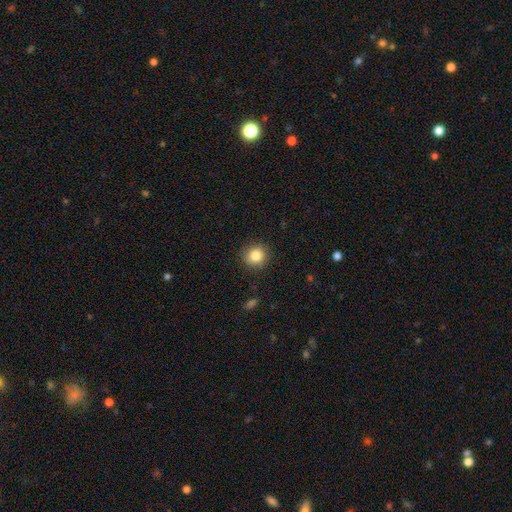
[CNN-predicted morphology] Smooth or featured?
  - smooth: 84% *
  - star or artifact: 10%
  - featured or disk: 6%
How rounded?
  - round: 90% *
  - in between: 9%
  - cigar-shaped: 1%
Merging?
  - none: 89% *
  - minor disturbance: 8%
  - major disturbance: 2%
  - merger: 1%